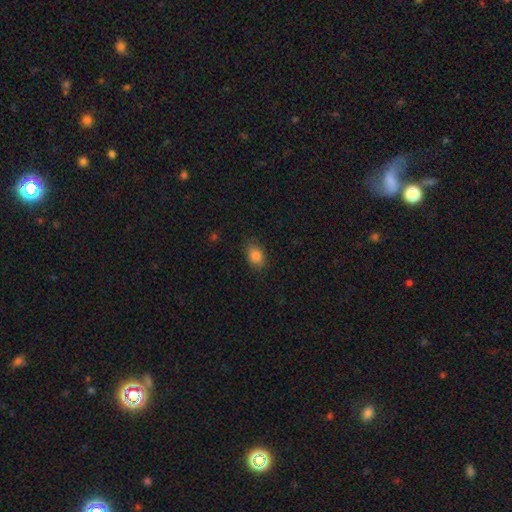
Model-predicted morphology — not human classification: Smooth or featured? smooth (86%)
How rounded? in between (76%)
Merging? none (81%)